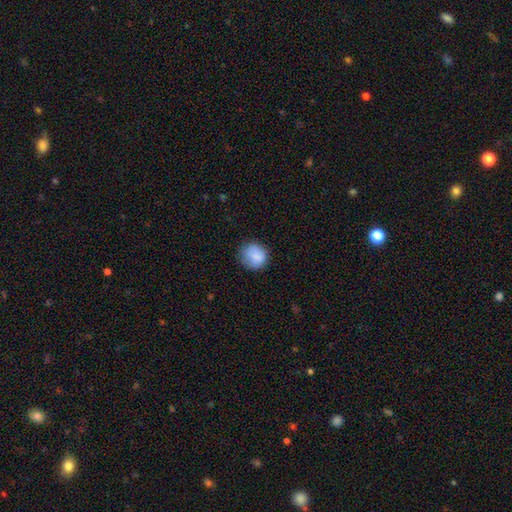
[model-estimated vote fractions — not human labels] This is clearly a smooth galaxy (84%). How rounded: clearly round (84%). Merging: likely none (76%).